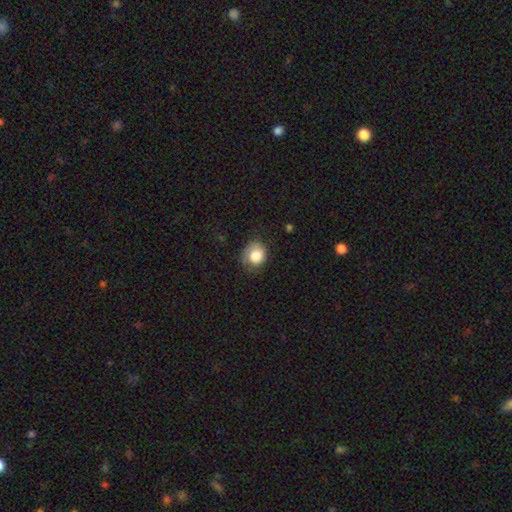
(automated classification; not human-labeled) Smooth or featured? smooth (83%)
How rounded? round (69%)
Merging? none (58%)